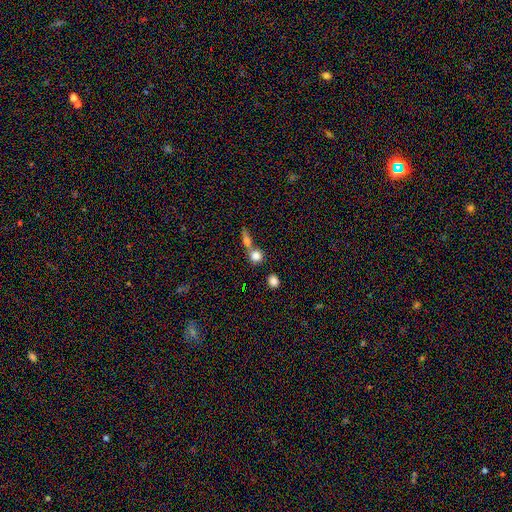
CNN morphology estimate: This is likely a smooth galaxy (78%). How rounded: likely round (77%). Merging: possibly merger (46%).